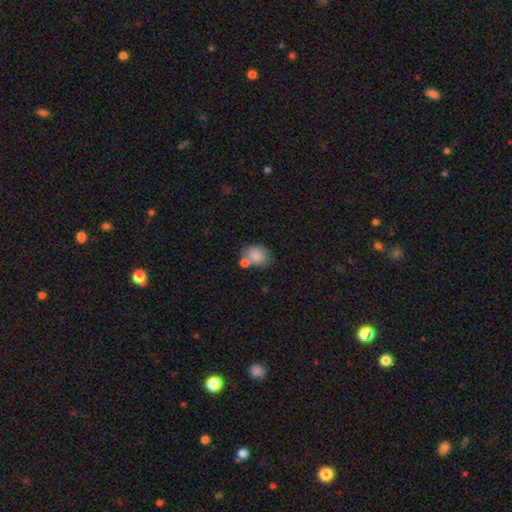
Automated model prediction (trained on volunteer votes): This is clearly a smooth galaxy (84%). How rounded: likely round (62%). Merging: possibly none (52%).